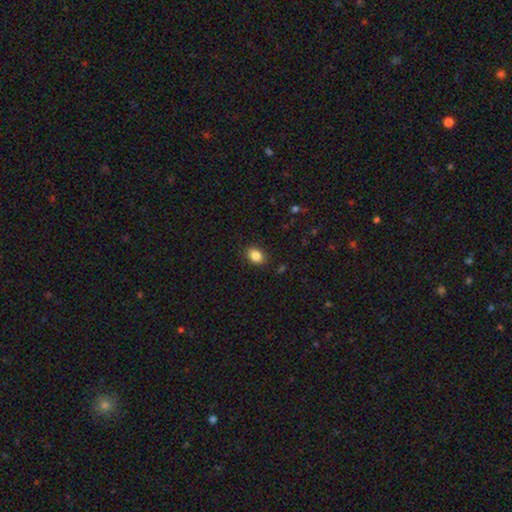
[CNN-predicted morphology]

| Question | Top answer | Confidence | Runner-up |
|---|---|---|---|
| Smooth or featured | smooth | 85% | star or artifact (9%) |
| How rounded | in between | 75% | round (24%) |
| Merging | none | 88% | minor disturbance (9%) |